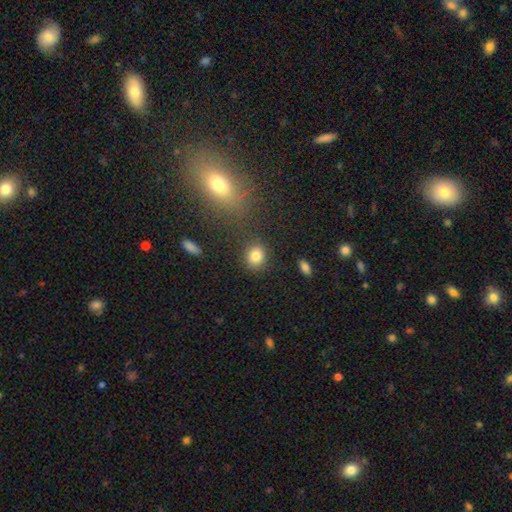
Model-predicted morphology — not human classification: smooth-or-featured: smooth: 83% | star or artifact: 10% | featured or disk: 6%
  how-rounded: round: 65% | in between: 34% | cigar-shaped: 1%
  merging: none: 84% | minor disturbance: 10% | merger: 3% | major disturbance: 3%